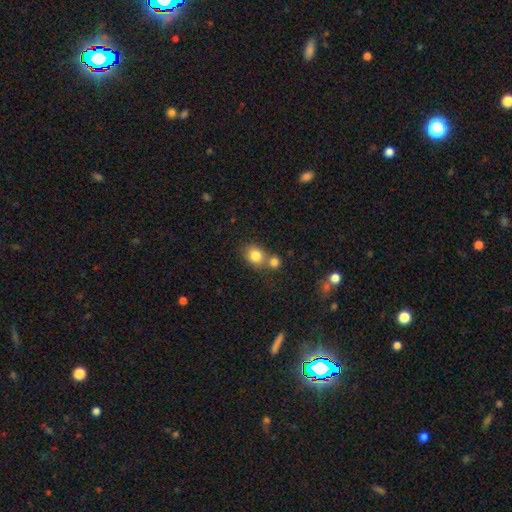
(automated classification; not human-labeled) A smooth galaxy with no disk features (82%) that is round (64%). Merging: none (49%).